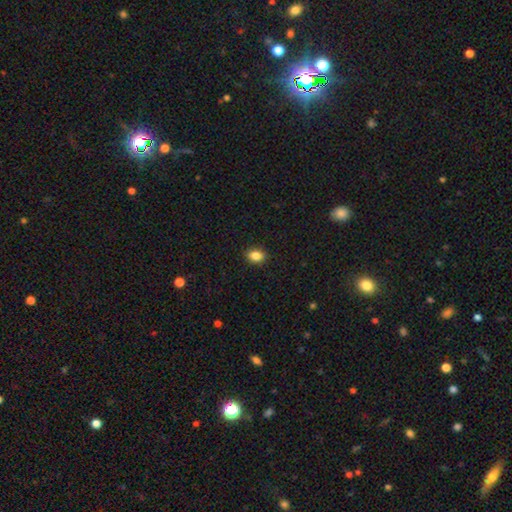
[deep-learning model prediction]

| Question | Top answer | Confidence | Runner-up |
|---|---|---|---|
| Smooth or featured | smooth | 86% | star or artifact (10%) |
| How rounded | in between | 69% | round (30%) |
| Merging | none | 90% | minor disturbance (8%) |